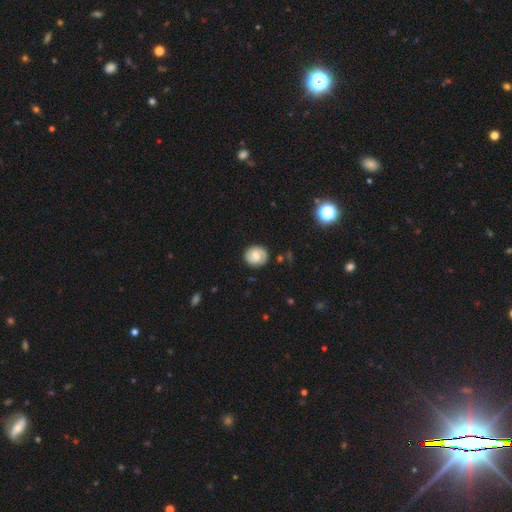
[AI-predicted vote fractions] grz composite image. It shows a smooth galaxy with no disk features (48%). Merging: none (81%).